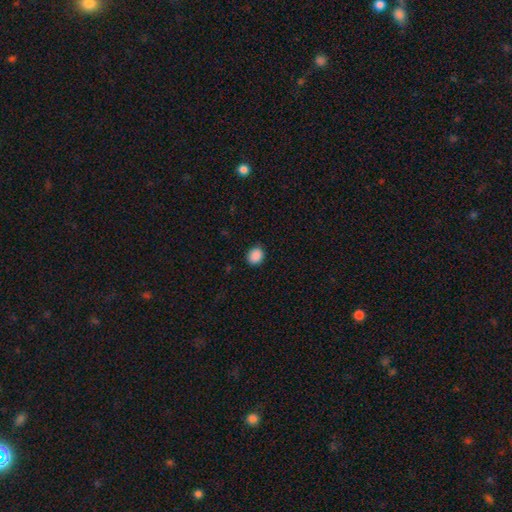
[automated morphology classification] smooth 89%, star or artifact 8%, featured or disk 2%. Down the decision tree: how rounded — round (61%); merging — none (87%).